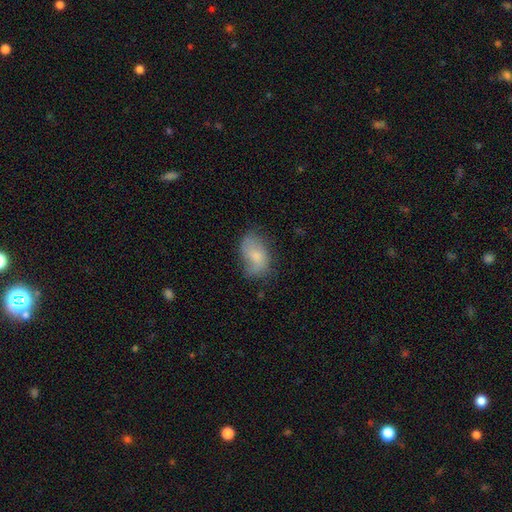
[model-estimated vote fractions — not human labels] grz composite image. It shows a smooth galaxy with no disk features (61%) that is in between round and cigar-shaped (89%). Merging: none (54%).